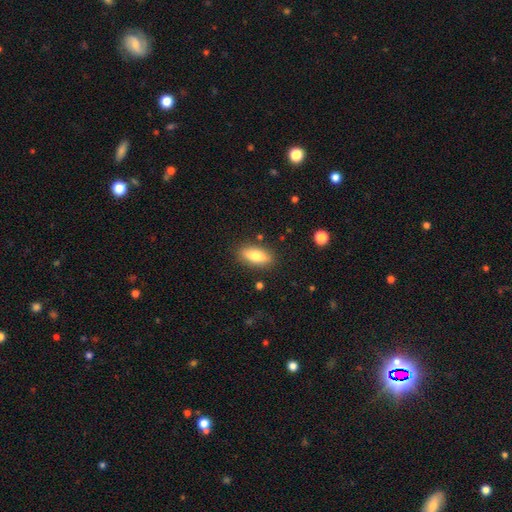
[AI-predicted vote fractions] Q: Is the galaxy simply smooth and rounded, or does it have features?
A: smooth — 74%.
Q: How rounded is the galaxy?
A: in between — 74%.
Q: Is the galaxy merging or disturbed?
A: none — 85%.